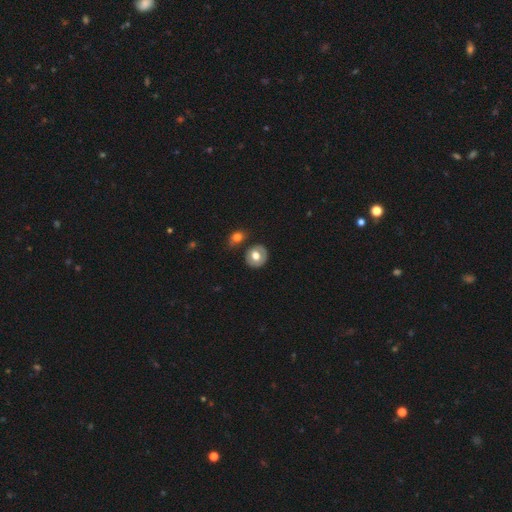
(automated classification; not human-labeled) Smooth or featured: smooth — 60% (featured or disk — 33%)
How rounded: round — 78% (in between — 21%)
Merging: none — 75% (minor disturbance — 12%)